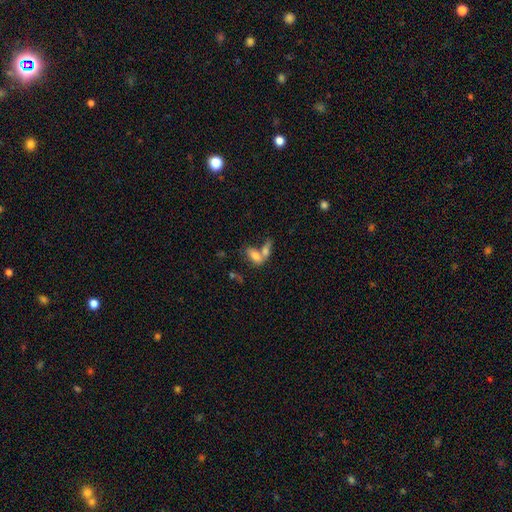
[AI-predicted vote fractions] Smooth or featured? Predicted: smooth (p=0.72). How rounded? Predicted: in between (p=0.85). Merging? Predicted: merger (p=0.59).